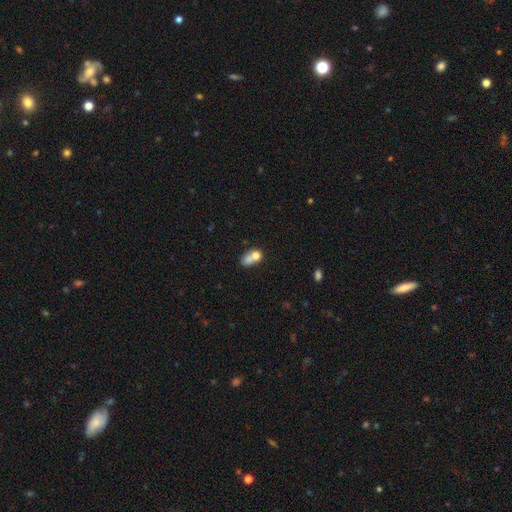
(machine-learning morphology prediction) Smooth or featured?
  - smooth: 69% *
  - featured or disk: 20%
  - star or artifact: 10%
How rounded?
  - in between: 62% *
  - round: 35%
  - cigar-shaped: 3%
Merging?
  - merger: 59% *
  - none: 23%
  - minor disturbance: 11%
  - major disturbance: 7%